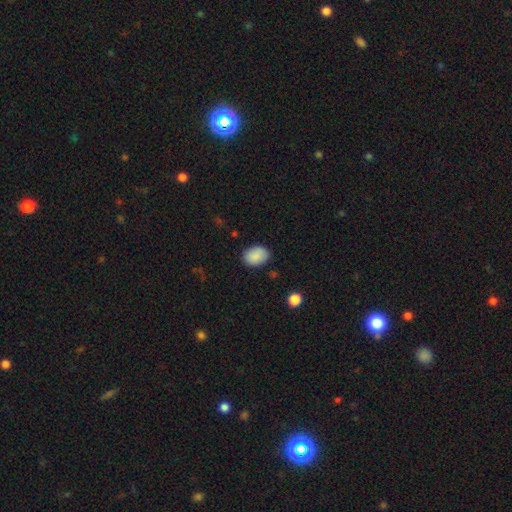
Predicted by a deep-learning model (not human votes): smooth-or-featured: smooth: 89% | star or artifact: 7% | featured or disk: 4%
  how-rounded: in between: 75% | round: 24% | cigar-shaped: 1%
  merging: none: 84% | minor disturbance: 12% | major disturbance: 3% | merger: 1%